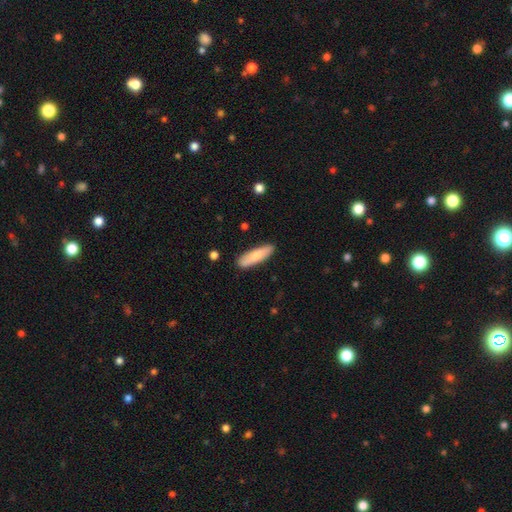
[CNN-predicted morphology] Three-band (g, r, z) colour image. It shows a smooth galaxy with no disk features (81%) that is cigar-shaped (70%). Merging: none (88%).